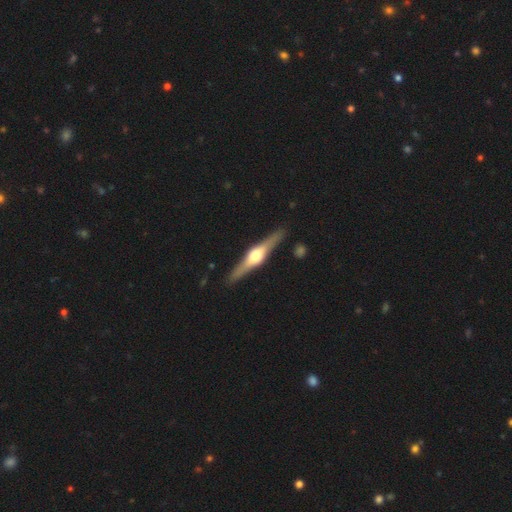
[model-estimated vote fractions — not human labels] Morphology: type=featured or disk (78%); edge-on=yes (98%); edge-on bulge=rounded (93%); merging=none (90%).